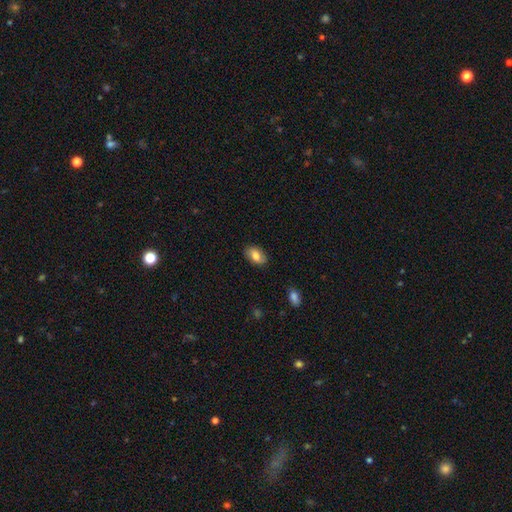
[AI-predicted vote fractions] A smooth galaxy with no disk features (79%) that is in between round and cigar-shaped (91%).

Vote fractions:
- Smooth or featured? smooth: 79% / featured or disk: 14% / star or artifact: 7%
- How rounded? in between: 91% / round: 7% / cigar-shaped: 2%
- Merging? none: 85% / minor disturbance: 11% / major disturbance: 2% / merger: 1%